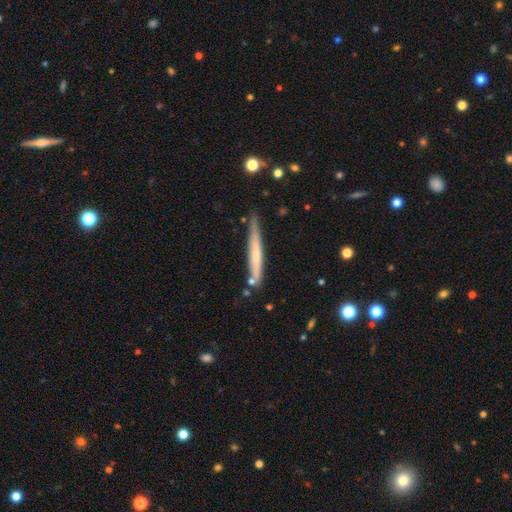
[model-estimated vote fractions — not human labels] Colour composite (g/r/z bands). It shows a smooth galaxy with no disk features (51%) that is cigar-shaped (96%). Merging: none (74%).